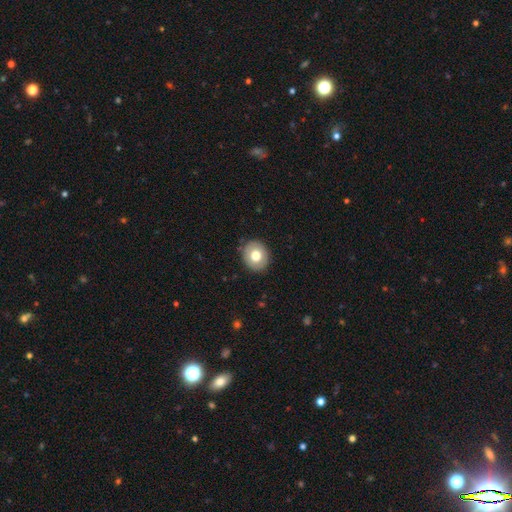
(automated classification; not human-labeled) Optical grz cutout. It shows a smooth galaxy with no disk features (73%) that is round (69%). Merging: none (88%).